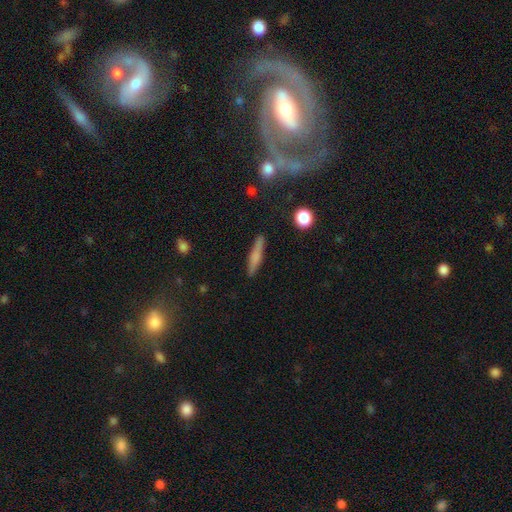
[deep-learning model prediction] Smooth or featured? Predicted: smooth (p=0.59). How rounded? Predicted: cigar-shaped (p=0.87). Merging? Predicted: none (p=0.87).